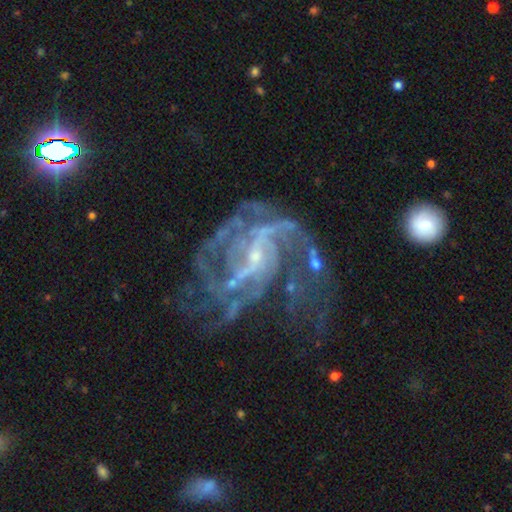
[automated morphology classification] Q: Smooth or featured?
A: featured or disk (88%); runner-up: star or artifact (8%)
Q: Edge-on disk?
A: no (98%); runner-up: yes (2%)
Q: Bar?
A: weak (47%); runner-up: no (33%)
Q: Spiral arms?
A: yes (94%); runner-up: no (6%)
Q: Spiral winding?
A: medium (46%); runner-up: tight (28%)
Q: Spiral arm count?
A: can't tell (26%); runner-up: 2 (23%)
Q: Bulge size?
A: small (75%); runner-up: moderate (15%)
Q: Merging?
A: none (40%); runner-up: major disturbance (37%)